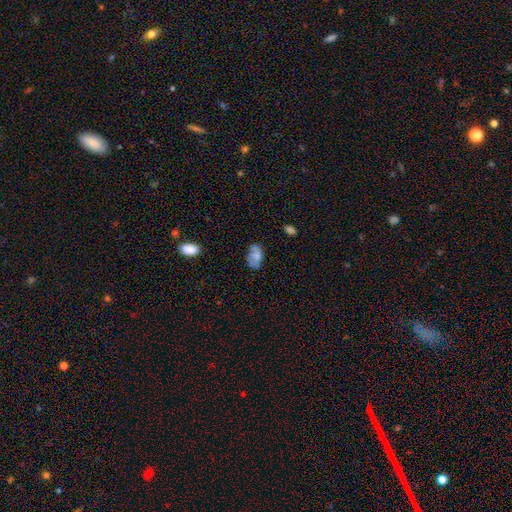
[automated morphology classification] A smooth galaxy with no disk features (68%) that is in between round and cigar-shaped (92%).

Vote fractions:
- Smooth or featured? smooth: 68% / featured or disk: 24% / star or artifact: 8%
- How rounded? in between: 92% / round: 6% / cigar-shaped: 2%
- Merging? none: 64% / minor disturbance: 27% / major disturbance: 7% / merger: 2%